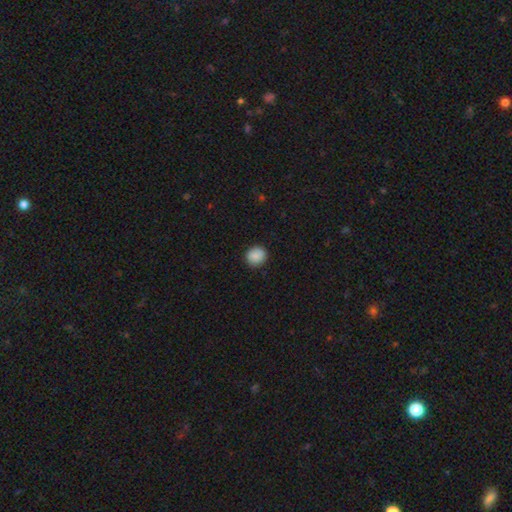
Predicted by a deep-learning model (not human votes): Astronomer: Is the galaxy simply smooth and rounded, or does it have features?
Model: smooth — 89%.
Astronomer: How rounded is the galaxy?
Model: round — 83%.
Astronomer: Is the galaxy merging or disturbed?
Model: none — 90%.